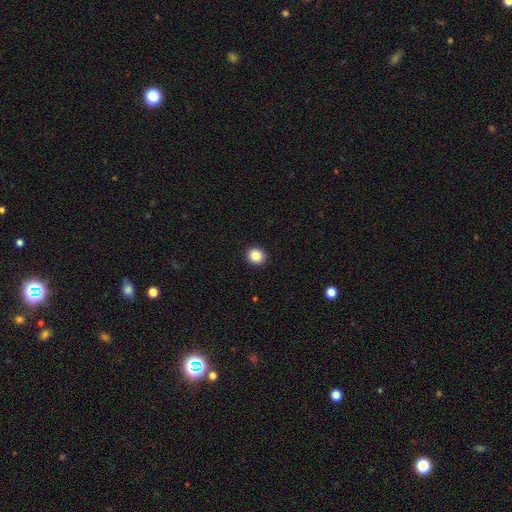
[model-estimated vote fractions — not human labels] smooth_or_featured: smooth (p=0.87) [alt: star or artifact p=0.09]
how_rounded: round (p=0.88) [alt: in between p=0.11]
merging: none (p=0.93) [alt: minor disturbance p=0.04]